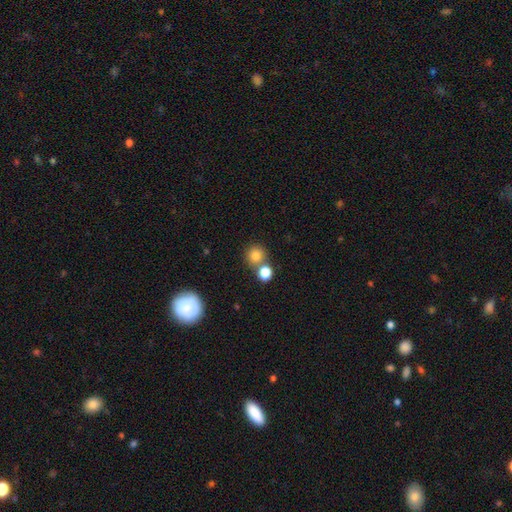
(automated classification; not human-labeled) A smooth galaxy with no disk features (79%) that is round (90%). Merging: none (64%).